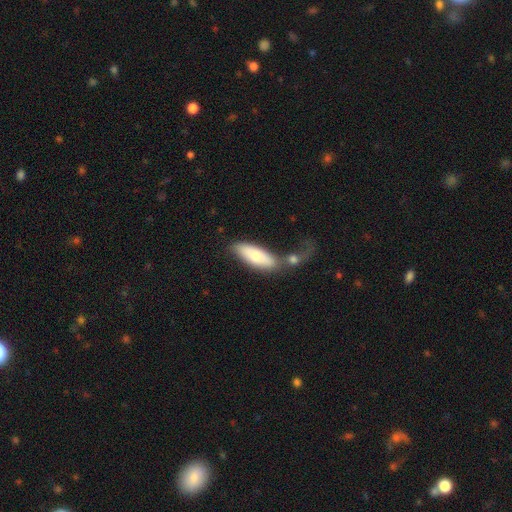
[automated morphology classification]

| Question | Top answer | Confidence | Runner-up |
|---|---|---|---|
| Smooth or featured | smooth | 66% | featured or disk (28%) |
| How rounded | in between | 73% | cigar-shaped (25%) |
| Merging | none | 44% | merger (33%) |